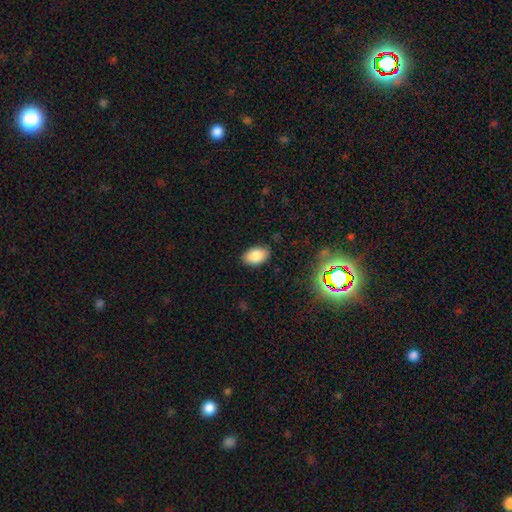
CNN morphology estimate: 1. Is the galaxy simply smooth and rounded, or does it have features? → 84% smooth, 9% star or artifact, 6% featured or disk.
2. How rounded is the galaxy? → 91% in between, 8% round, 1% cigar-shaped.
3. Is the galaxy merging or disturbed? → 85% none, 12% minor disturbance, 2% major disturbance, 1% merger.